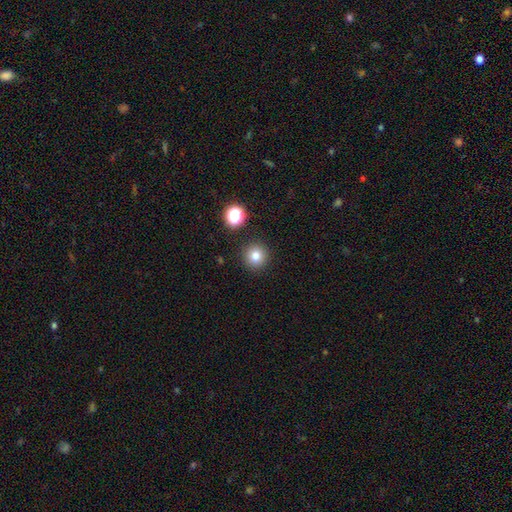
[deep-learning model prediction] smooth-or-featured: smooth: 79% | star or artifact: 14% | featured or disk: 7%
  how-rounded: round: 95% | in between: 4% | cigar-shaped: 1%
  merging: none: 90% | minor disturbance: 6% | merger: 2% | major disturbance: 2%